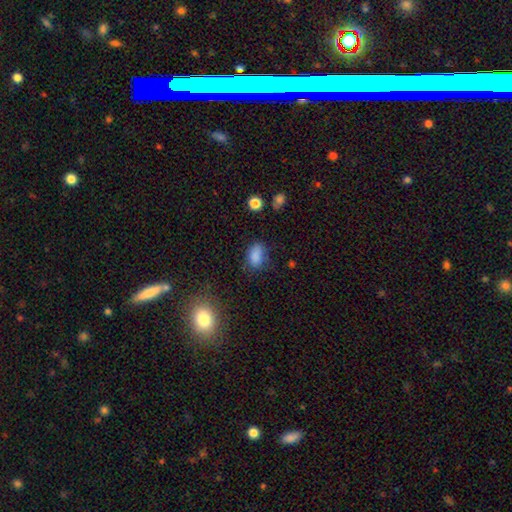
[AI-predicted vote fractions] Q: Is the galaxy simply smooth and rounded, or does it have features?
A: smooth — 84%.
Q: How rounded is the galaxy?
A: in between — 87%.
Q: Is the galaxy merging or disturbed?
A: none — 66%.